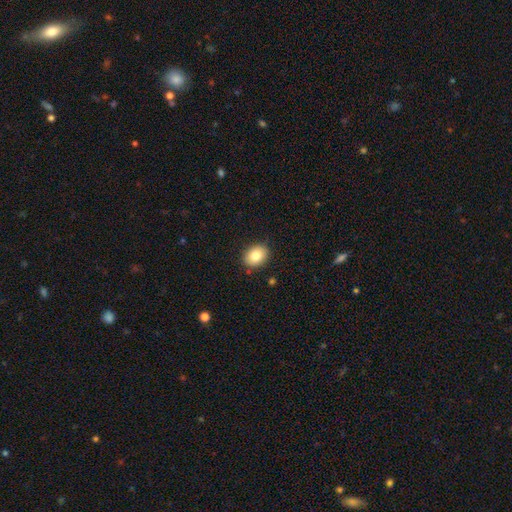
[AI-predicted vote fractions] Morphology: type=smooth (82%); roundness=in between (58%); merging=none (87%).